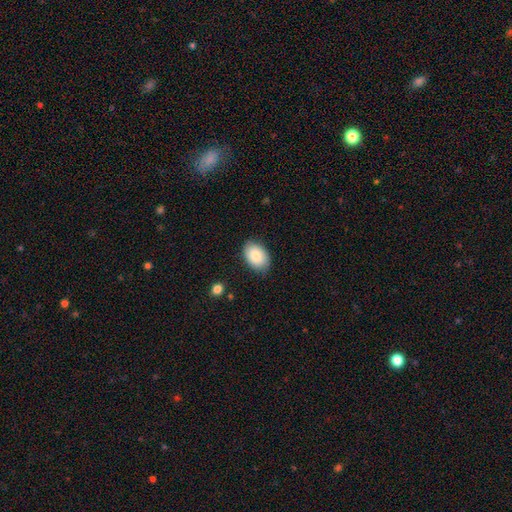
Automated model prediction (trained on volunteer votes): A smooth galaxy with no disk features (85%) that is in between round and cigar-shaped (88%). Merging: none (81%).